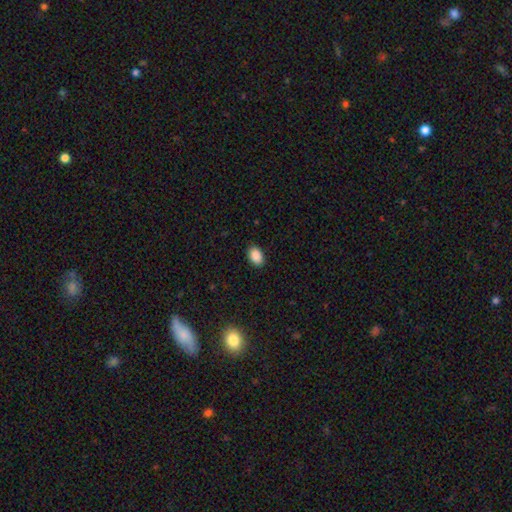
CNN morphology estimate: This is clearly a smooth galaxy (89%). How rounded: clearly in between (87%). Merging: clearly none (89%).